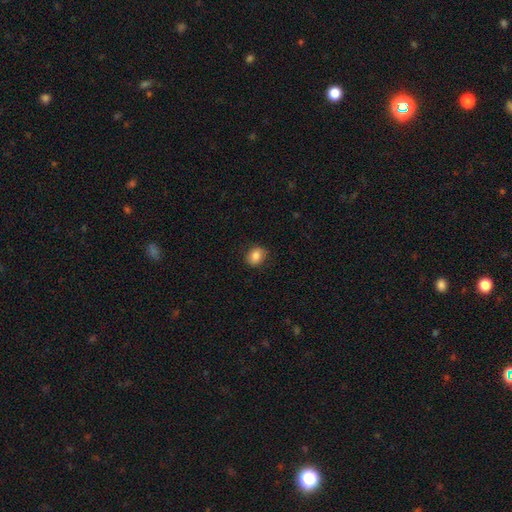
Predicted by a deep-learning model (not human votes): Smooth or featured: smooth — 84% (star or artifact — 9%)
How rounded: round — 56% (in between — 43%)
Merging: none — 86% (minor disturbance — 11%)